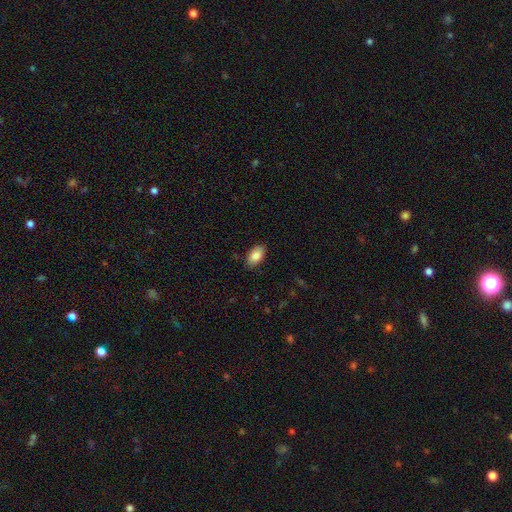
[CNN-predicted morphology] A smooth galaxy with no disk features (86%) that is in between round and cigar-shaped (94%). Merging: none (85%).